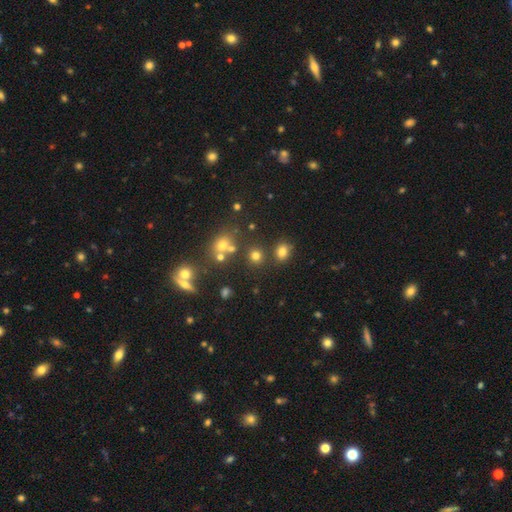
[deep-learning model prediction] A smooth galaxy with no disk features (72%) that is round (79%).

Vote fractions:
- Smooth or featured? smooth: 72% / star or artifact: 19% / featured or disk: 8%
- How rounded? round: 79% / in between: 20% / cigar-shaped: 1%
- Merging? none: 74% / merger: 13% / minor disturbance: 9% / major disturbance: 4%